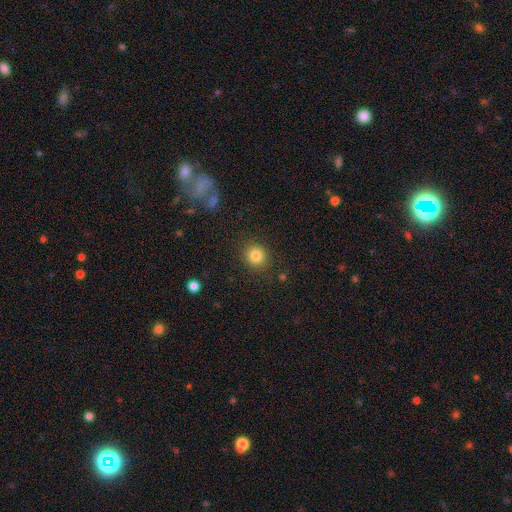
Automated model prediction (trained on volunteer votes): smooth_or_featured: smooth (p=0.84) [alt: star or artifact p=0.11]
how_rounded: round (p=0.87) [alt: in between p=0.12]
merging: none (p=0.88) [alt: minor disturbance p=0.07]